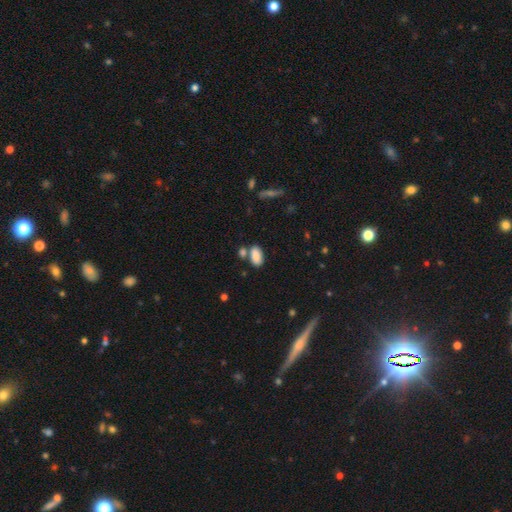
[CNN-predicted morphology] smooth_or_featured: smooth (p=0.87) [alt: star or artifact p=0.08]
how_rounded: in between (p=0.93) [alt: round p=0.04]
merging: none (p=0.65) [alt: merger p=0.19]